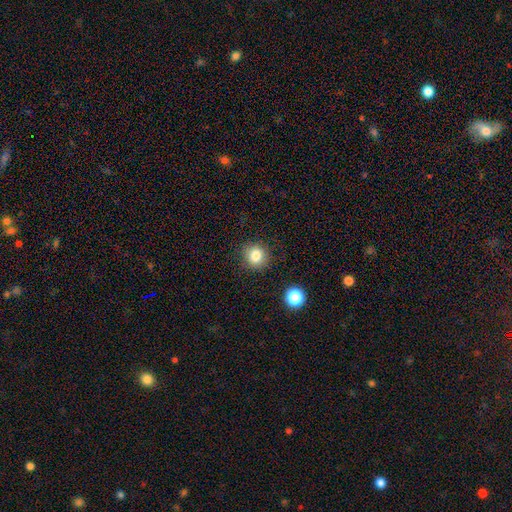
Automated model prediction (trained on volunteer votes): Morphology: type=smooth (83%); roundness=round (86%); merging=none (87%).